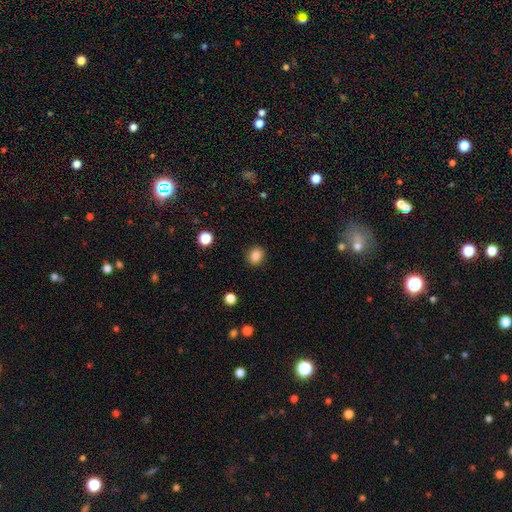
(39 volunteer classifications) Morphology: type=smooth (85%); roundness=round (61%); merging=none (83%).